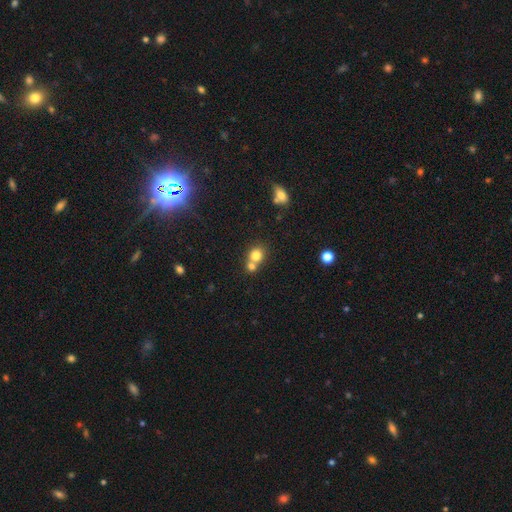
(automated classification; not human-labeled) A smooth galaxy with no disk features (79%) that is round (78%). Merging: merger (50%).